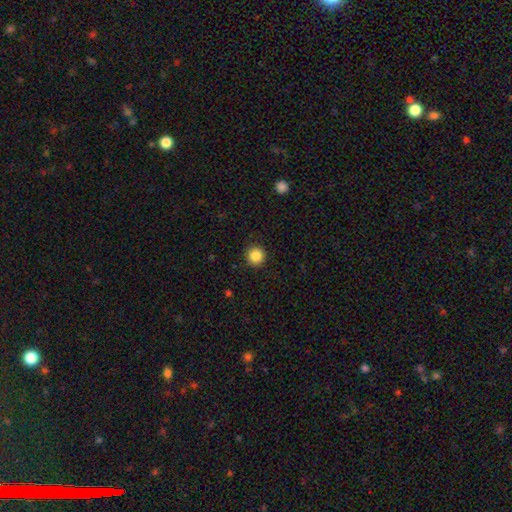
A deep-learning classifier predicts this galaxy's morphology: smooth-or-featured: smooth: 86% | star or artifact: 10% | featured or disk: 4%
  how-rounded: round: 95% | in between: 4% | cigar-shaped: 1%
  merging: none: 92% | minor disturbance: 5% | major disturbance: 2% | merger: 1%